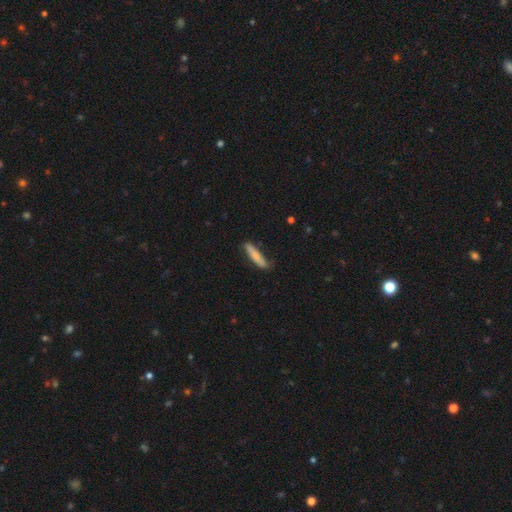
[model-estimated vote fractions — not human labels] Smooth or featured?
  - smooth: 70% *
  - featured or disk: 24%
  - star or artifact: 6%
How rounded?
  - cigar-shaped: 85% *
  - in between: 14%
  - round: 2%
Merging?
  - none: 77% *
  - minor disturbance: 19%
  - major disturbance: 3%
  - merger: 2%